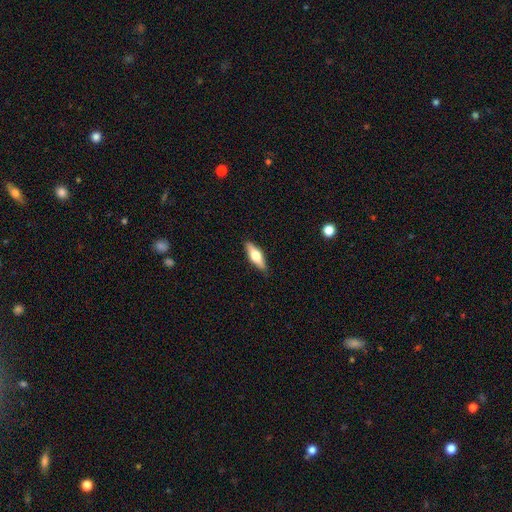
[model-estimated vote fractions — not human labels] Smooth or featured? Predicted: smooth (p=0.48). Merging? Predicted: none (p=0.88).